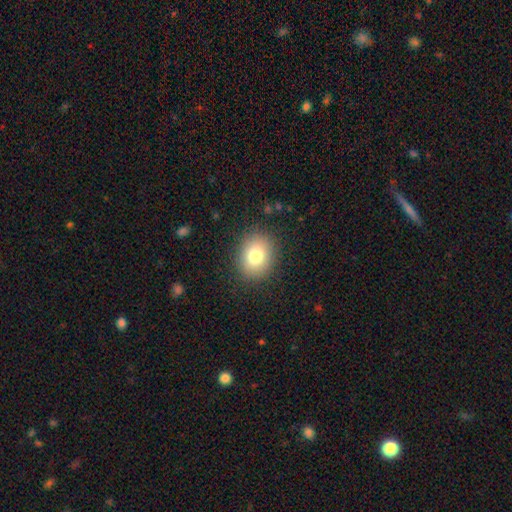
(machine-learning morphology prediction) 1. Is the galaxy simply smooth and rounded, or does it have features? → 80% smooth, 10% star or artifact, 10% featured or disk.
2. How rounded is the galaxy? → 55% round, 45% in between, 1% cigar-shaped.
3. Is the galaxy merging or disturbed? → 87% none, 9% minor disturbance, 3% major disturbance, 1% merger.